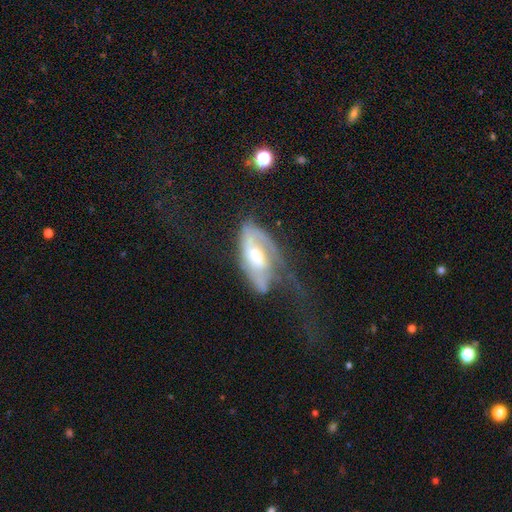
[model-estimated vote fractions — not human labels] Smooth or featured: featured or disk — 74% (smooth — 20%)
Edge-on disk: no — 92% (yes — 8%)
Bar: no — 50% (weak — 37%)
Spiral arms: yes — 83% (no — 17%)
Spiral winding: medium — 39% (tight — 32%)
Spiral arm count: 2 — 44% (1 — 27%)
Bulge size: moderate — 66% (small — 18%)
Merging: major disturbance — 44% (none — 28%)